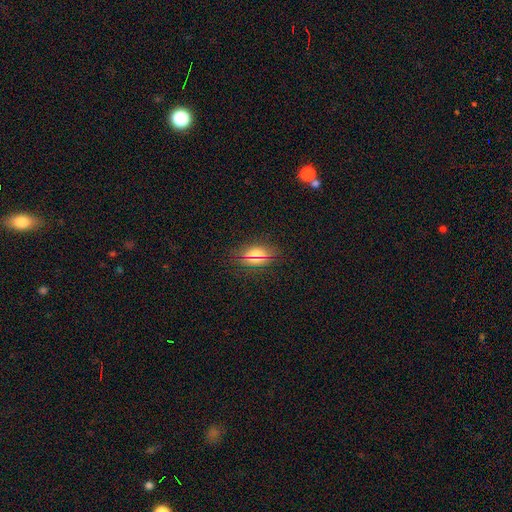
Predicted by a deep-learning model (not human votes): Q: Smooth or featured?
A: smooth (69%); runner-up: star or artifact (20%)
Q: How rounded?
A: in between (82%); runner-up: round (12%)
Q: Merging?
A: none (85%); runner-up: minor disturbance (11%)